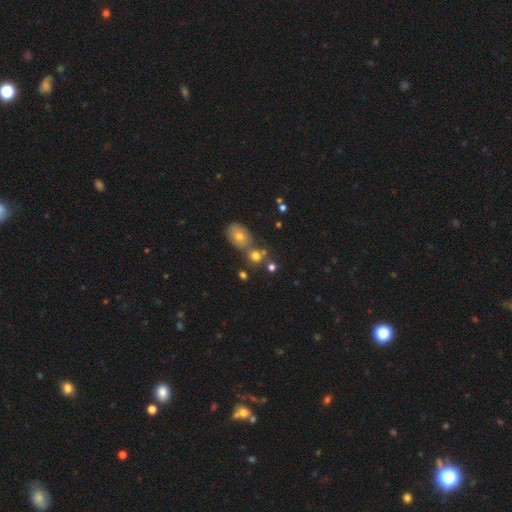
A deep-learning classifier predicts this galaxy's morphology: The model was most divided on "merging": none: 55%, merger: 32%, minor disturbance: 9%, major disturbance: 4%. More confident: how rounded — round (73%); smooth or featured — smooth (67%).